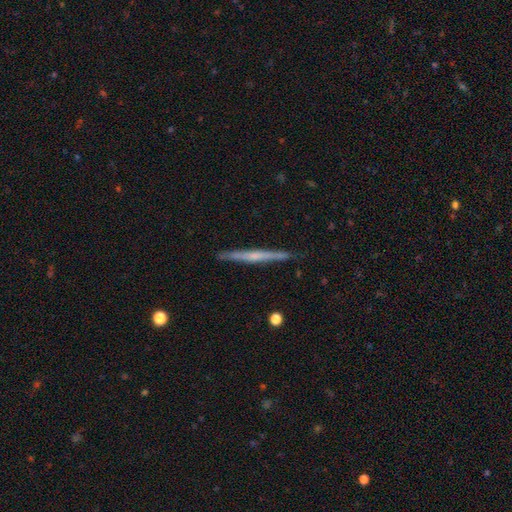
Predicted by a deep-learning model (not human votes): A featured or disk galaxy (62%) viewed edge-on (98%) with no central bulge (54%).

Vote fractions:
- Smooth or featured? featured or disk: 62% / smooth: 32% / star or artifact: 6%
- Edge-on disk? yes: 98% / no: 2%
- Edge-on bulge? none: 54% / rounded: 38% / boxy: 8%
- Merging? none: 90% / minor disturbance: 7% / major disturbance: 1% / merger: 1%